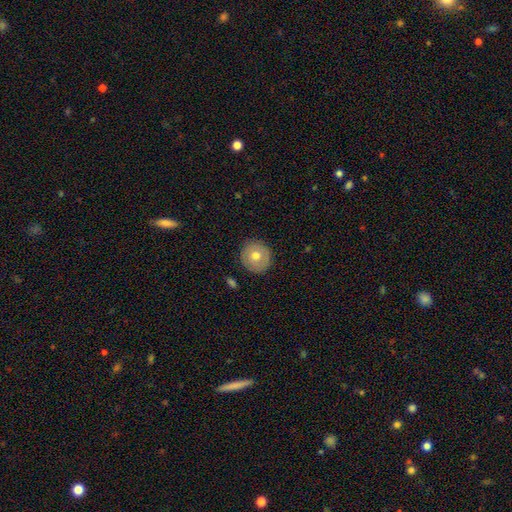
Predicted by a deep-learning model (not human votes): This is likely a smooth galaxy (65%). How rounded: clearly round (89%). Merging: clearly none (88%).